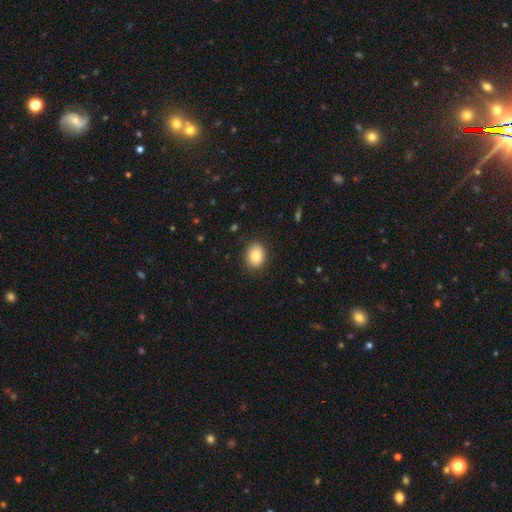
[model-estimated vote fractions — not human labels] A smooth galaxy with no disk features (85%) that is in between round and cigar-shaped (51%).

Vote fractions:
- Smooth or featured? smooth: 85% / star or artifact: 8% / featured or disk: 7%
- How rounded? in between: 51% / round: 48% / cigar-shaped: 1%
- Merging? none: 87% / minor disturbance: 10% / major disturbance: 2% / merger: 1%